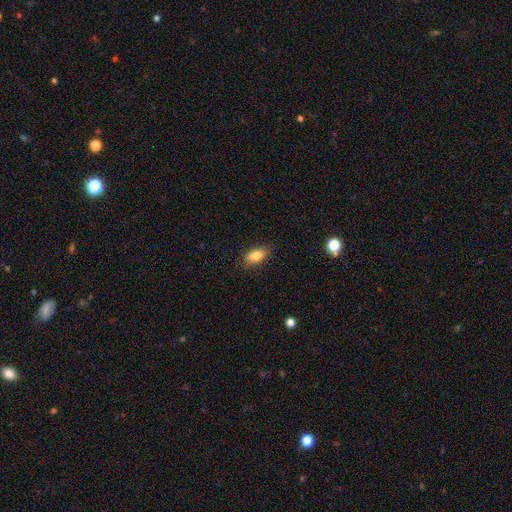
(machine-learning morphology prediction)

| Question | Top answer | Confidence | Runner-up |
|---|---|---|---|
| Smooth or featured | smooth | 85% | star or artifact (8%) |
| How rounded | in between | 89% | round (7%) |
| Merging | none | 85% | minor disturbance (11%) |